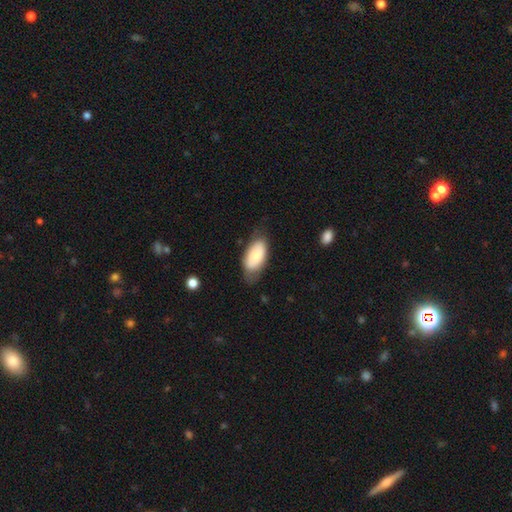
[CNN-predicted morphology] Overall: smooth (76%). How rounded: in between (93%). Merging: none (65%; minor disturbance 26%).